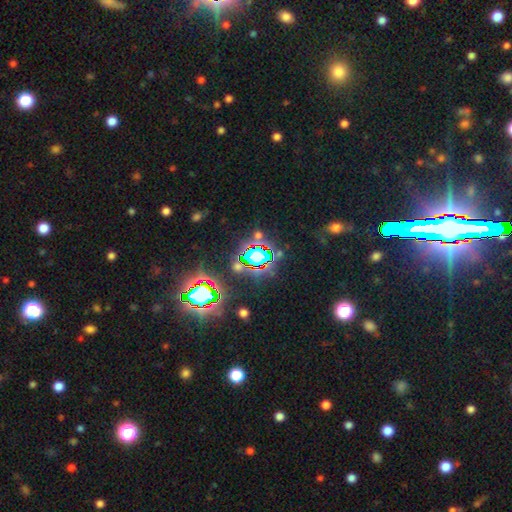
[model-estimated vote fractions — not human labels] Smooth or featured?
  - star or artifact: 72% *
  - smooth: 17%
  - featured or disk: 11%